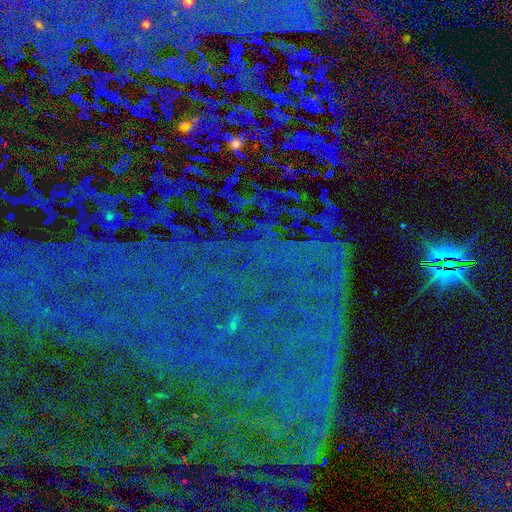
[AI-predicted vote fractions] Smooth or featured? Predicted: star or artifact (p=0.85).